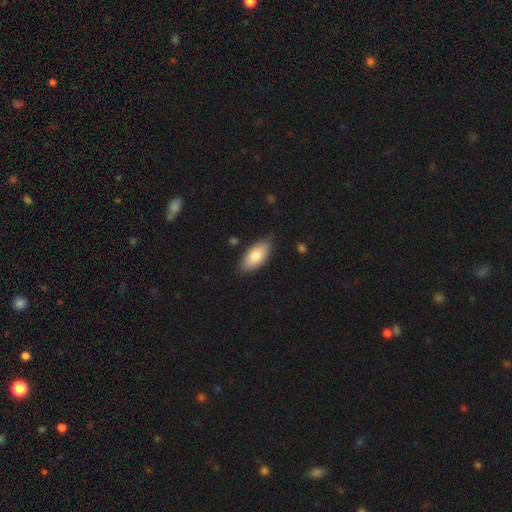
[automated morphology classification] Smooth or featured: smooth — 78% (featured or disk — 16%)
How rounded: in between — 89% (cigar-shaped — 8%)
Merging: none — 83% (minor disturbance — 13%)